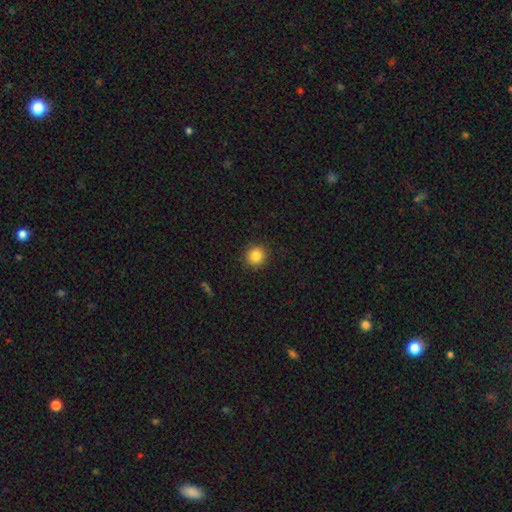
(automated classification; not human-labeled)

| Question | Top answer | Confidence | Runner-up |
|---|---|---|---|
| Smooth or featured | smooth | 85% | star or artifact (11%) |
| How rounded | round | 93% | in between (6%) |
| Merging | none | 92% | minor disturbance (5%) |